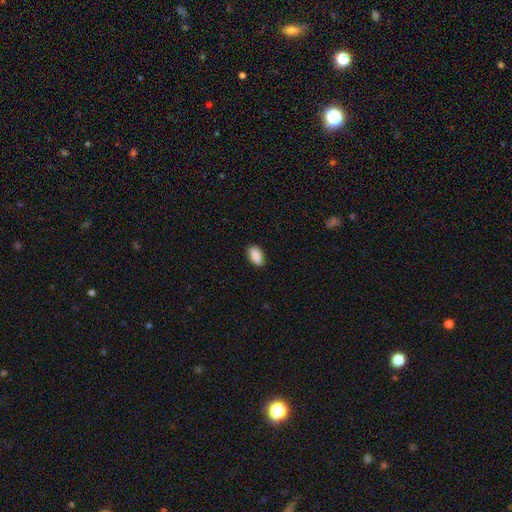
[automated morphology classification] smooth 88%, star or artifact 7%, featured or disk 5%. Down the decision tree: how rounded — in between (91%); merging — none (86%).